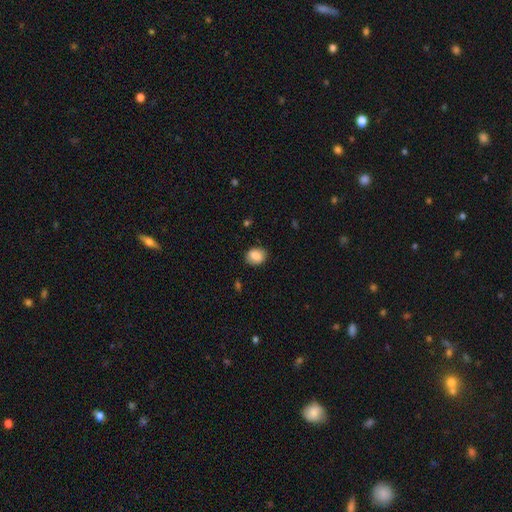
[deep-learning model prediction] The model was most divided on "how rounded": round: 53%, in between: 46%, cigar-shaped: 1%. More confident: smooth or featured — smooth (86%); merging — none (84%).